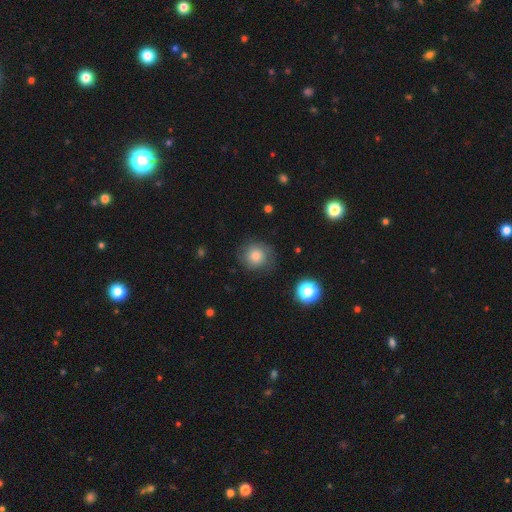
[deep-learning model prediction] smooth 69%, featured or disk 20%, star or artifact 11%. Down the decision tree: how rounded — round (89%); merging — none (76%).